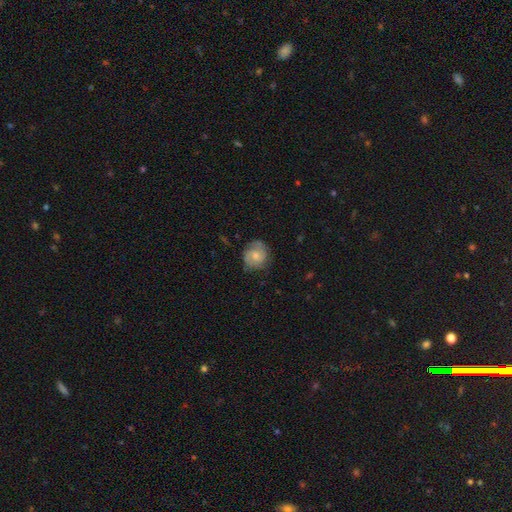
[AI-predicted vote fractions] A featured or disk galaxy (53%) with no bar (72%), spiral arms (88%) and a small central bulge (50%). Merging: none (73%).